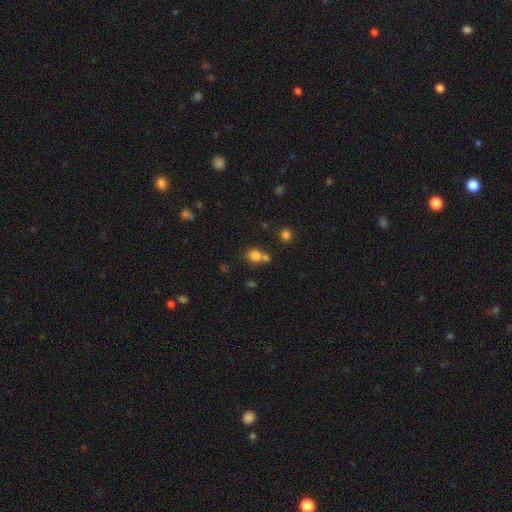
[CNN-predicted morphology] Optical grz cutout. It shows a smooth galaxy with no disk features (79%) that is round (73%). Merging: none (51%).